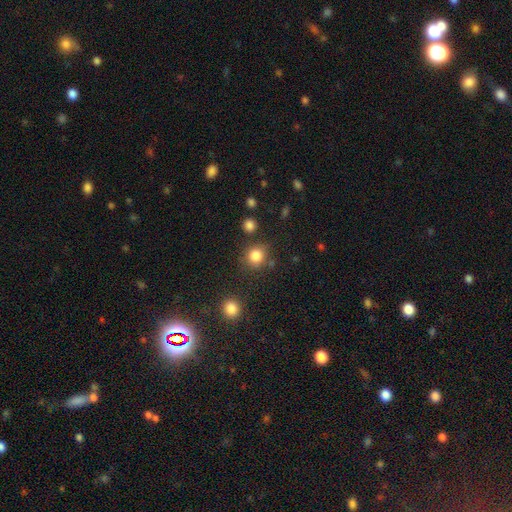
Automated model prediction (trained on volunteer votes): A smooth galaxy with no disk features (83%) that is round (85%). Merging: none (78%).